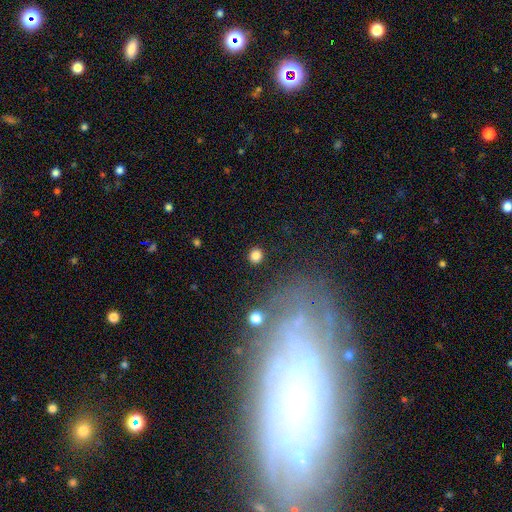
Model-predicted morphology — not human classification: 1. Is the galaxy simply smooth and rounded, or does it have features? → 84% smooth, 12% star or artifact, 4% featured or disk.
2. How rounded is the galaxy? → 89% round, 10% in between, 1% cigar-shaped.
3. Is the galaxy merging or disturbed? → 90% none, 6% minor disturbance, 3% major disturbance, 2% merger.